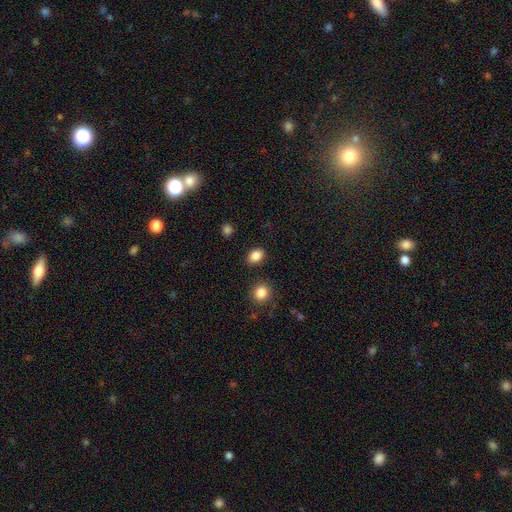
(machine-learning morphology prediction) A smooth galaxy with no disk features (86%) that is in between round and cigar-shaped (63%).

Vote fractions:
- Smooth or featured? smooth: 86% / star or artifact: 11% / featured or disk: 4%
- How rounded? in between: 63% / round: 36% / cigar-shaped: 1%
- Merging? none: 86% / minor disturbance: 8% / merger: 3% / major disturbance: 3%